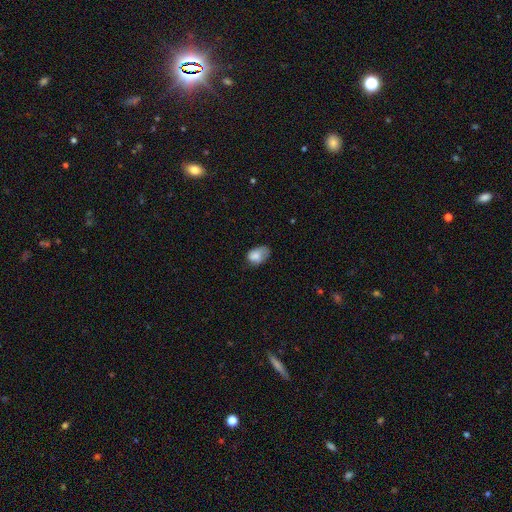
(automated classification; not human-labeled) smooth 79%, featured or disk 13%, star or artifact 8%. Down the decision tree: how rounded — in between (83%); merging — none (41%).